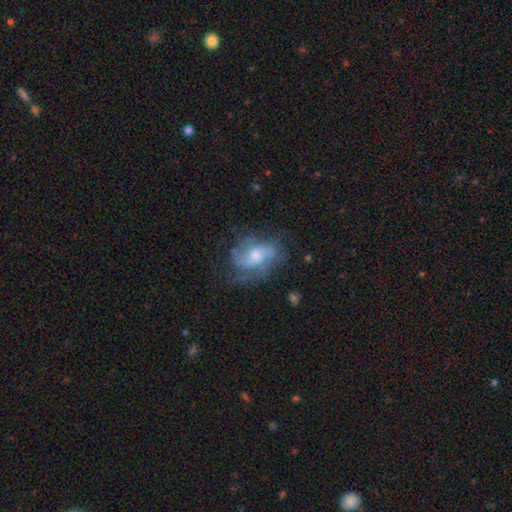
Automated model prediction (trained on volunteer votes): smooth_or_featured: featured or disk (p=0.69) [alt: smooth p=0.23]
disk_edge_on: no (p=0.96) [alt: yes p=0.04]
bar: no (p=0.64) [alt: weak p=0.30]
has_spiral_arms: yes (p=0.86) [alt: no p=0.14]
spiral_winding: medium (p=0.45) [alt: loose p=0.28]
spiral_arm_count: 2 (p=0.40) [alt: can't tell p=0.27]
bulge_size: moderate (p=0.48) [alt: small p=0.30]
merging: none (p=0.54) [alt: minor disturbance p=0.24]